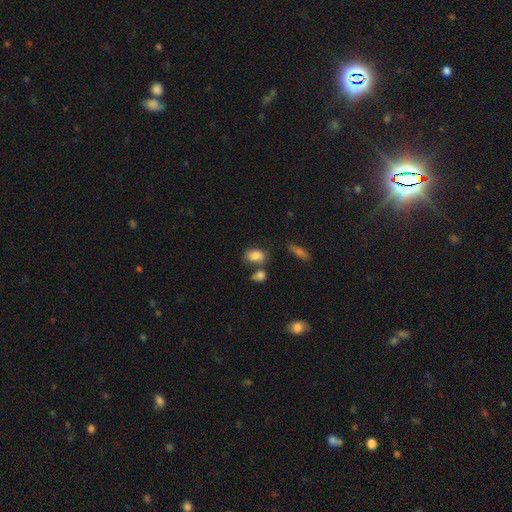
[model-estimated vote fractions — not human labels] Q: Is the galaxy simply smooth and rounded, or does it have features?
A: smooth — 83%.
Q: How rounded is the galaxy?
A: in between — 84%.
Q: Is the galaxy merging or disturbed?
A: none — 55%.